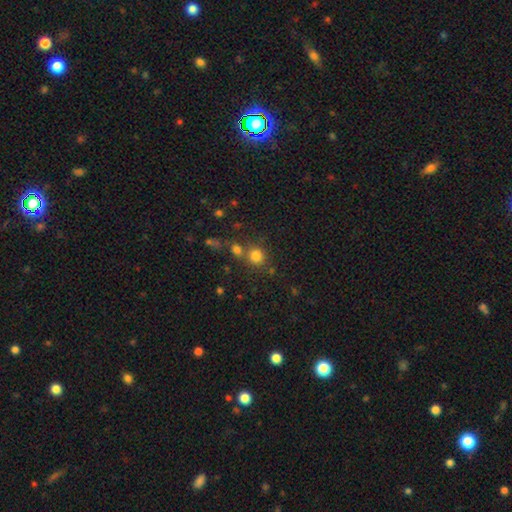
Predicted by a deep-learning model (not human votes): smooth 79%, star or artifact 14%, featured or disk 7%. Down the decision tree: how rounded — round (84%); merging — none (62%).